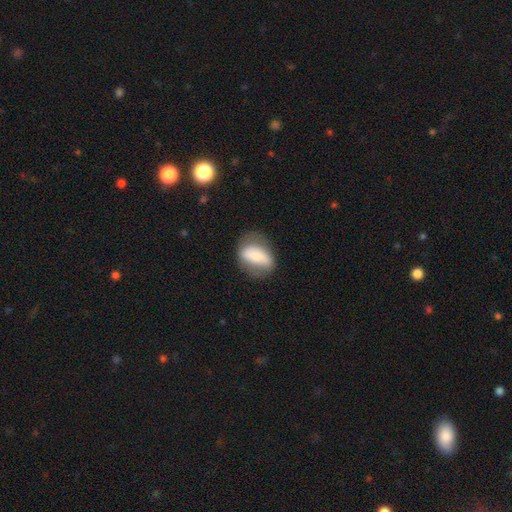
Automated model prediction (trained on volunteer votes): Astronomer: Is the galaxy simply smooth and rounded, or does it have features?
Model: smooth — 63%.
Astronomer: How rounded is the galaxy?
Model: in between — 80%.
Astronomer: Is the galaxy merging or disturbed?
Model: none — 62%.